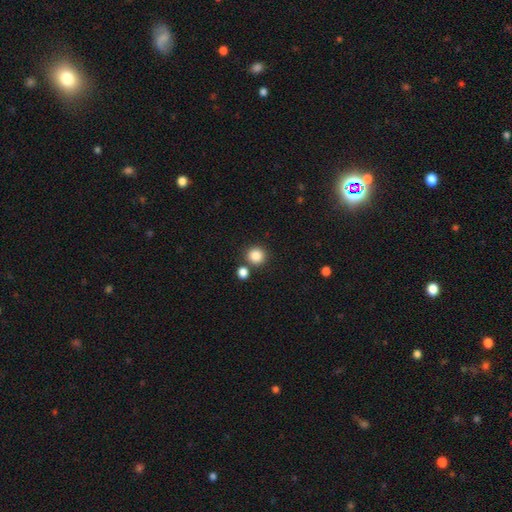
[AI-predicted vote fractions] Q: Smooth or featured?
A: smooth (86%); runner-up: star or artifact (10%)
Q: How rounded?
A: round (93%); runner-up: in between (7%)
Q: Merging?
A: none (79%); runner-up: merger (12%)